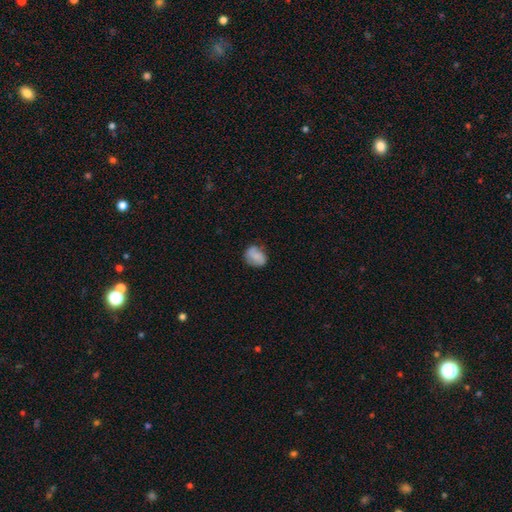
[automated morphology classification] type=smooth (75%); roundness=in between (55%); merging=none (63%).